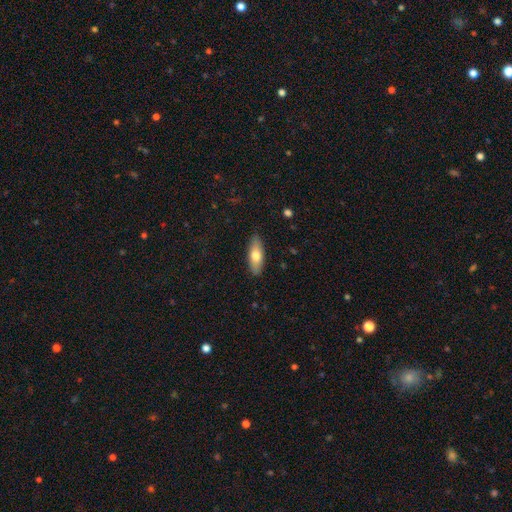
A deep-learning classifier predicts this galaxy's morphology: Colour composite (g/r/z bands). It shows a smooth galaxy with no disk features (69%) that is in between round and cigar-shaped (66%). Merging: none (88%).